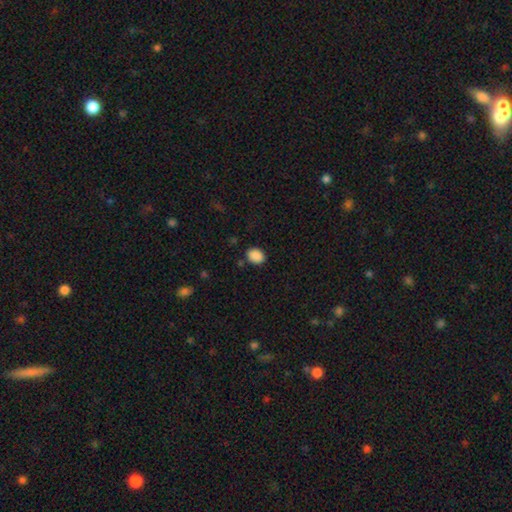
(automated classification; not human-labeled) A smooth galaxy with no disk features (89%) that is in between round and cigar-shaped (58%).

Vote fractions:
- Smooth or featured? smooth: 89% / star or artifact: 9% / featured or disk: 3%
- How rounded? in between: 58% / round: 41% / cigar-shaped: 1%
- Merging? none: 84% / minor disturbance: 11% / major disturbance: 3% / merger: 2%